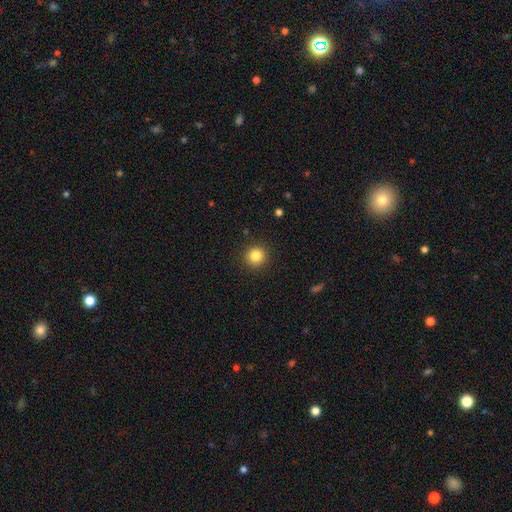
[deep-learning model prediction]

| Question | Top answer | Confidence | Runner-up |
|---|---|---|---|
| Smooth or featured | smooth | 83% | star or artifact (11%) |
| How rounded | round | 94% | in between (5%) |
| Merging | none | 91% | minor disturbance (6%) |